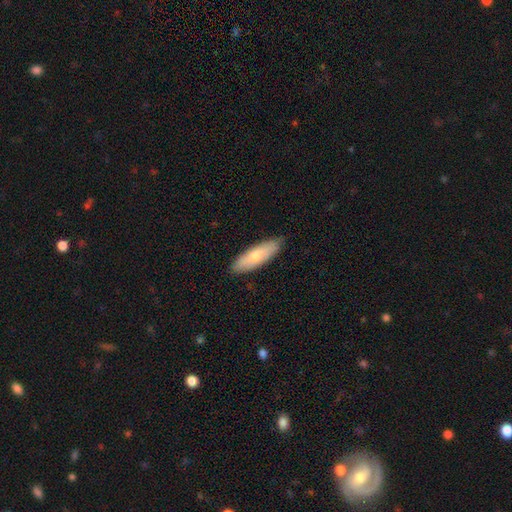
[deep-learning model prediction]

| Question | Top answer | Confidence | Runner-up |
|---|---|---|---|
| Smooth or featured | smooth | 72% | featured or disk (23%) |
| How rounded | in between | 51% | cigar-shaped (47%) |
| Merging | none | 85% | minor disturbance (12%) |